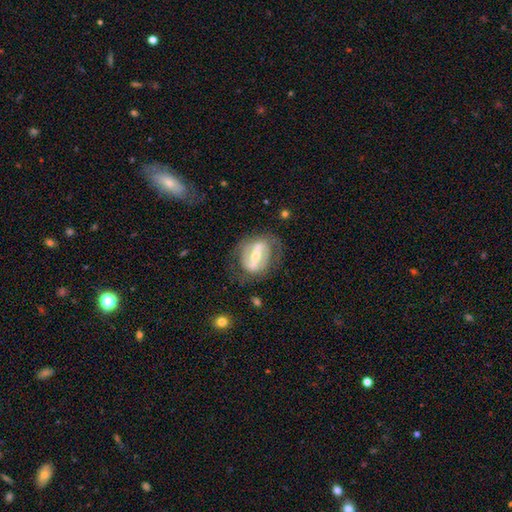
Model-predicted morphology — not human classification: This is likely a featured or disk galaxy (77%). It is clearly not viewed edge-on (91%). Bar: likely strong (73%). Spiral arm pattern: likely yes (66%). Central bulge: possibly moderate (53%). Merging: likely none (65%).